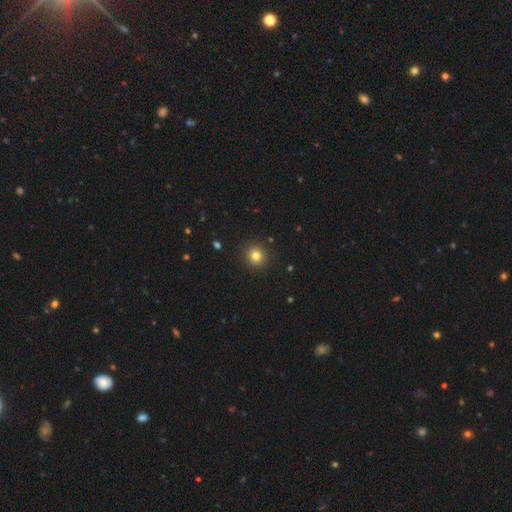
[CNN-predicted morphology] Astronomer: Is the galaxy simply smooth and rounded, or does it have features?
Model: smooth — 80%.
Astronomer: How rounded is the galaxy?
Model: round — 93%.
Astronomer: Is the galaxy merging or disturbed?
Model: none — 92%.